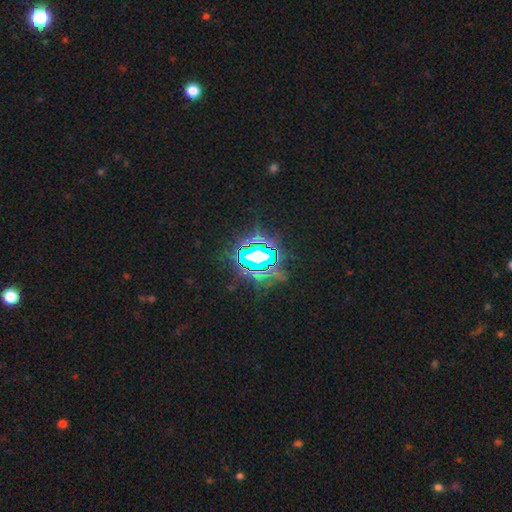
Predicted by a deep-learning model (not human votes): Q: Smooth or featured?
A: star or artifact (76%); runner-up: featured or disk (12%)